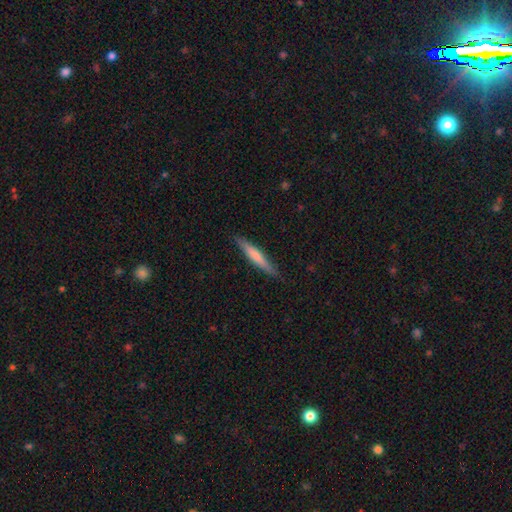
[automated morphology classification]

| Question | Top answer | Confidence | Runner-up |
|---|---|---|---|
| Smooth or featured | smooth | 63% | featured or disk (32%) |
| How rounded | cigar-shaped | 93% | in between (5%) |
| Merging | none | 88% | minor disturbance (9%) |